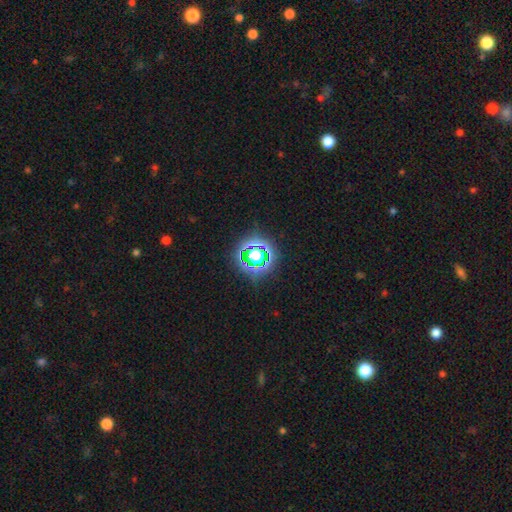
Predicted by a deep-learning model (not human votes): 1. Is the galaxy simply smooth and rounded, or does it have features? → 56% star or artifact, 31% smooth, 13% featured or disk.